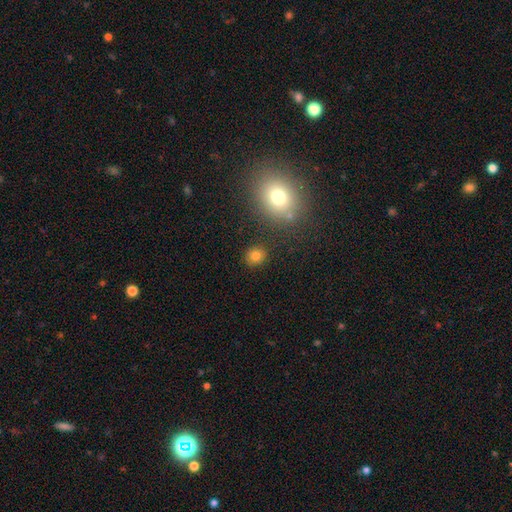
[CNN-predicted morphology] Overall: smooth (79%). How rounded: round (81%). Merging: none (86%).